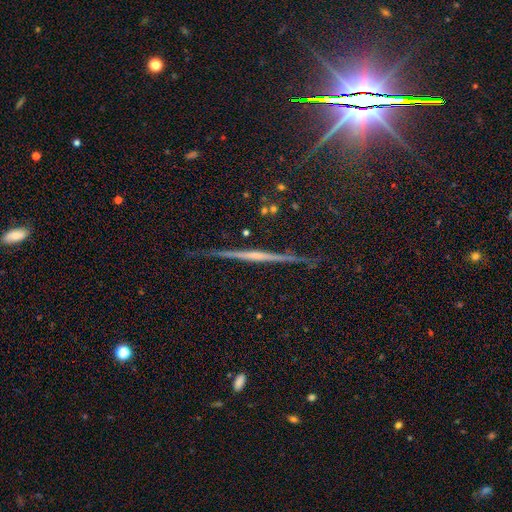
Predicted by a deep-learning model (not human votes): smooth-or-featured: featured or disk: 72% | star or artifact: 14% | smooth: 14%
  disk-edge-on: yes: 98% | no: 2%
    edge-on-bulge: none: 49% | rounded: 38% | boxy: 14%
  merging: none: 88% | minor disturbance: 9% | major disturbance: 2% | merger: 2%